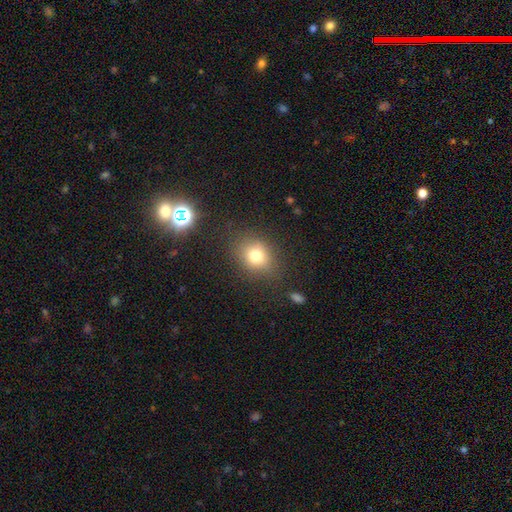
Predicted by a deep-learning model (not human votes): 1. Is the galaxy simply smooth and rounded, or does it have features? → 74% smooth, 14% star or artifact, 12% featured or disk.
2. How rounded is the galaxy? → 56% round, 43% in between, 1% cigar-shaped.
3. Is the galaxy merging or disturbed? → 77% none, 15% minor disturbance, 6% major disturbance, 2% merger.